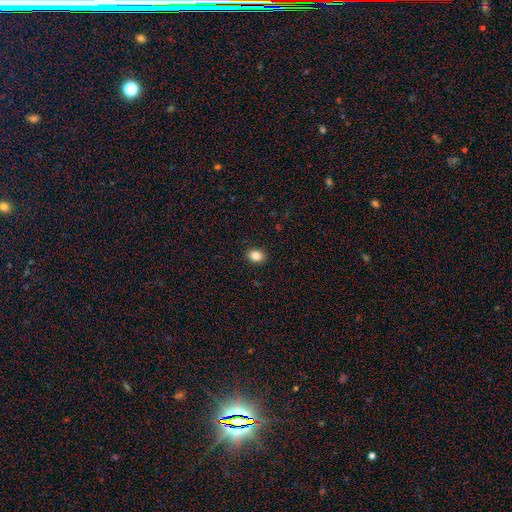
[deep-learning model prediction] Q: Smooth or featured?
A: smooth (85%); runner-up: star or artifact (9%)
Q: How rounded?
A: in between (70%); runner-up: round (29%)
Q: Merging?
A: none (90%); runner-up: minor disturbance (7%)